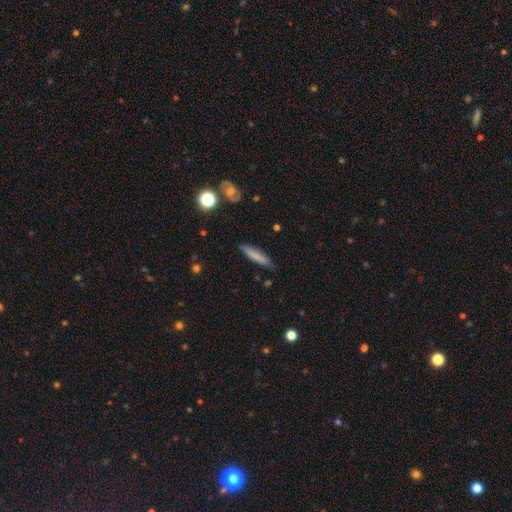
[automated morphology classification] This appears to be a smooth galaxy with no disk features (77%) that is cigar-shaped (87%). Merging: none (85%).